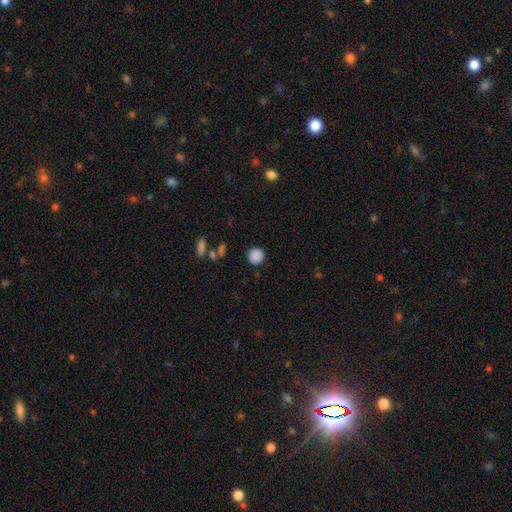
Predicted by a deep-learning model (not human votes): This is clearly a smooth galaxy (87%). How rounded: clearly round (92%). Merging: clearly none (89%).